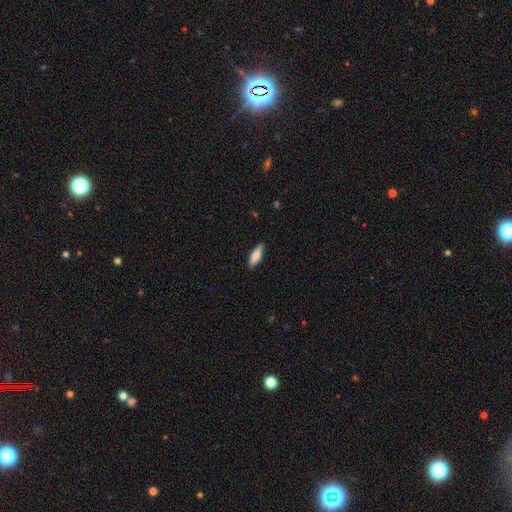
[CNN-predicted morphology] smooth-or-featured: smooth: 79% | featured or disk: 15% | star or artifact: 6%
  how-rounded: cigar-shaped: 50% | in between: 49% | round: 2%
  merging: none: 88% | minor disturbance: 9% | major disturbance: 2% | merger: 1%